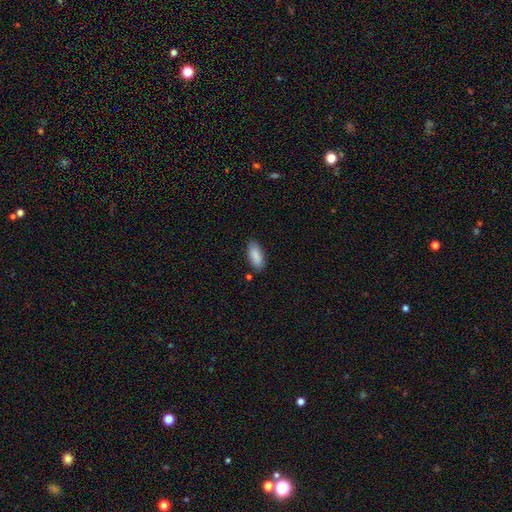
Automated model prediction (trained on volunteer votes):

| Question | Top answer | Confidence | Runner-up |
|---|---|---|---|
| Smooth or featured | smooth | 88% | star or artifact (6%) |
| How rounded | in between | 82% | cigar-shaped (17%) |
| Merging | none | 82% | minor disturbance (13%) |